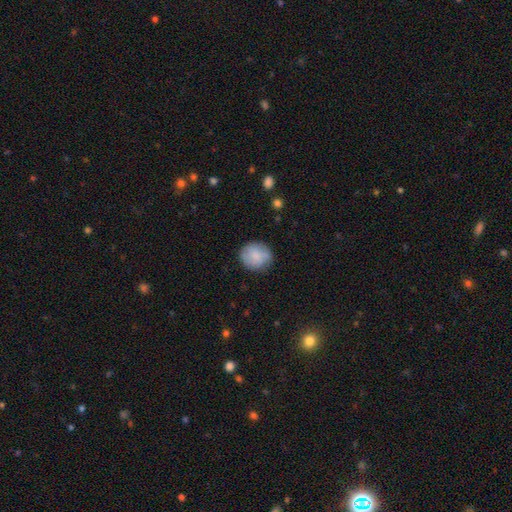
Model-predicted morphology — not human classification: smooth-or-featured: smooth: 80% | featured or disk: 13% | star or artifact: 7%
  how-rounded: round: 82% | in between: 17% | cigar-shaped: 1%
  merging: none: 79% | minor disturbance: 16% | major disturbance: 3% | merger: 1%